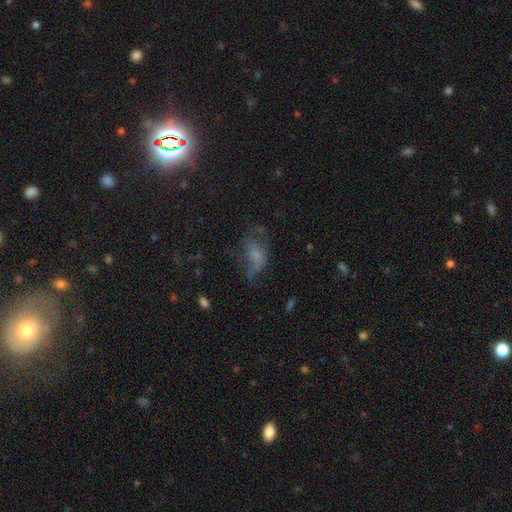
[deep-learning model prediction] smooth_or_featured: smooth (p=0.52) [alt: featured or disk p=0.30]
how_rounded: in between (p=0.84) [alt: round p=0.10]
merging: none (p=0.38) [alt: major disturbance p=0.35]